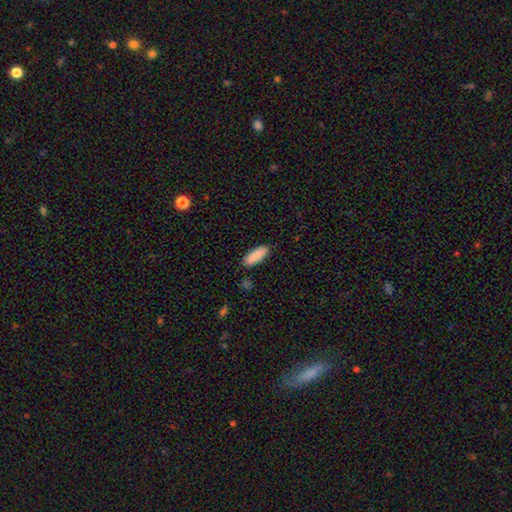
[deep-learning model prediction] Q: Smooth or featured?
A: smooth (89%); runner-up: star or artifact (6%)
Q: How rounded?
A: in between (62%); runner-up: cigar-shaped (37%)
Q: Merging?
A: none (87%); runner-up: minor disturbance (9%)